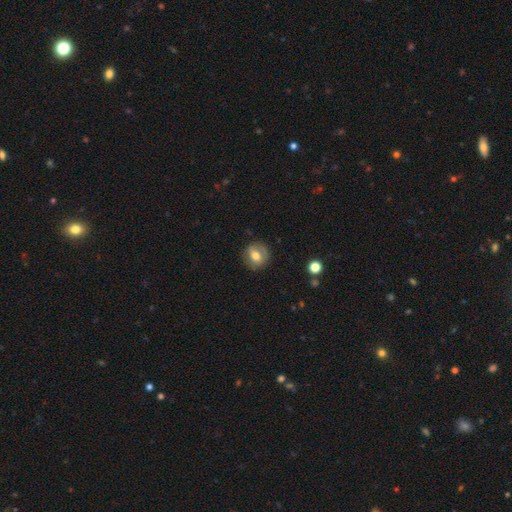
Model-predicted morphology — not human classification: smooth-or-featured: smooth: 55% | featured or disk: 36% | star or artifact: 8%
  how-rounded: round: 77% | in between: 21% | cigar-shaped: 1%
  merging: none: 82% | minor disturbance: 13% | major disturbance: 4% | merger: 1%